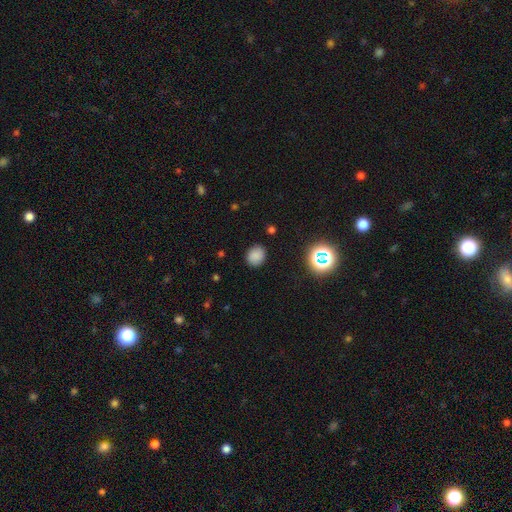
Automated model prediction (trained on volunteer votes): smooth_or_featured: smooth (p=0.80) [alt: star or artifact p=0.15]
how_rounded: round (p=0.70) [alt: in between p=0.29]
merging: none (p=0.86) [alt: minor disturbance p=0.10]